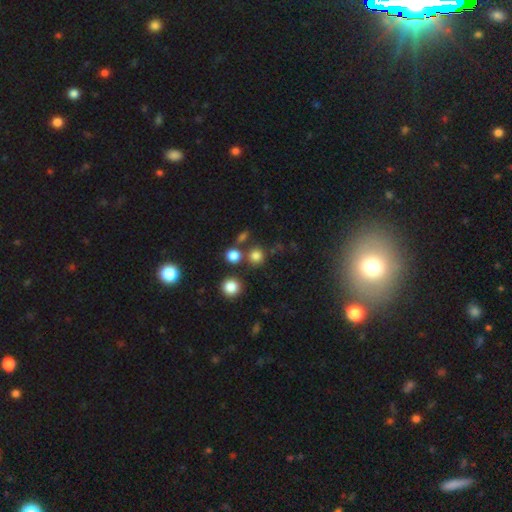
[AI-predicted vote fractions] This is likely a smooth galaxy (78%). How rounded: clearly round (89%). Merging: likely none (73%).